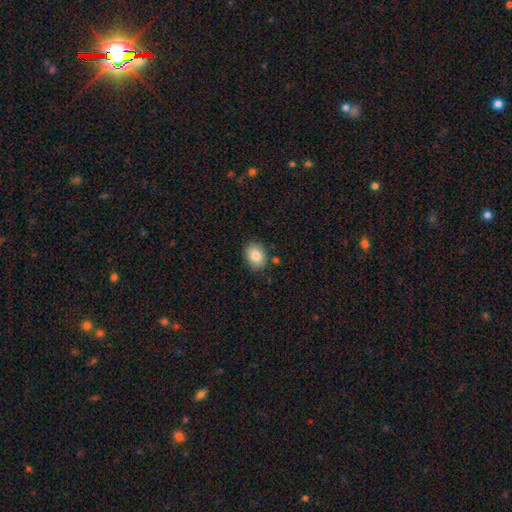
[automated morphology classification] A smooth galaxy with no disk features (84%) that is in between round and cigar-shaped (63%).

Vote fractions:
- Smooth or featured? smooth: 84% / featured or disk: 8% / star or artifact: 8%
- How rounded? in between: 63% / round: 36% / cigar-shaped: 1%
- Merging? none: 83% / minor disturbance: 11% / merger: 3% / major disturbance: 2%